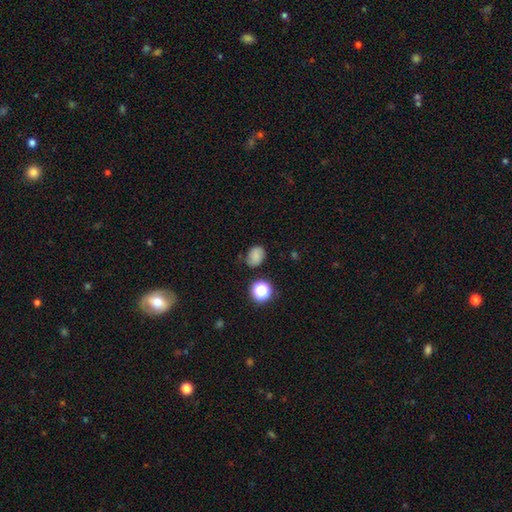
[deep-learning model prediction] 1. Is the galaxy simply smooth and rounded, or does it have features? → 74% smooth, 15% star or artifact, 12% featured or disk.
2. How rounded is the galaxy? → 57% in between, 42% round, 1% cigar-shaped.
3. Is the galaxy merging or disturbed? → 70% none, 21% minor disturbance, 5% major disturbance, 4% merger.